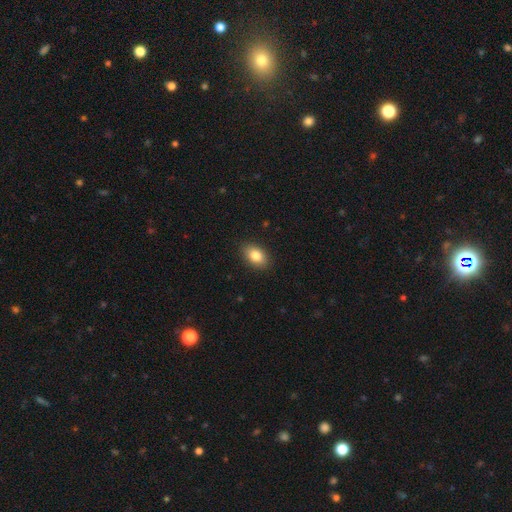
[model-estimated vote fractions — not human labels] This is clearly a smooth galaxy (84%). How rounded: clearly in between (87%). Merging: clearly none (89%).